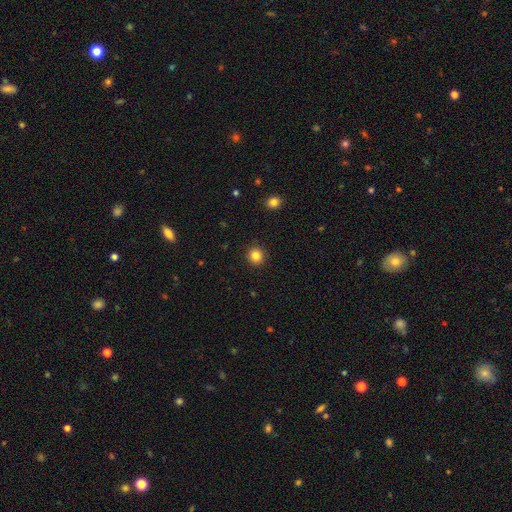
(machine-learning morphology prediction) A smooth galaxy with no disk features (83%) that is round (91%). Merging: none (92%).